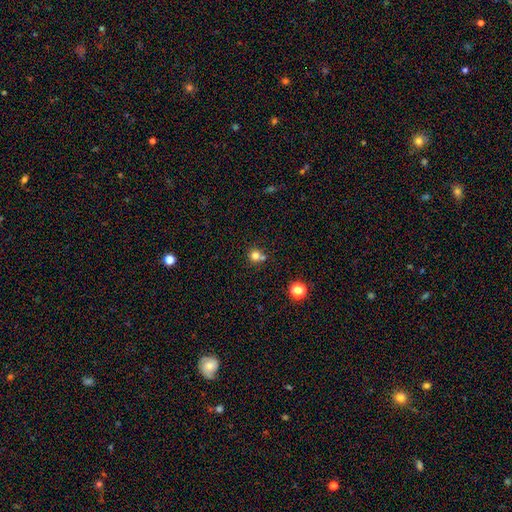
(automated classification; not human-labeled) Smooth or featured? Predicted: smooth (p=0.77). How rounded? Predicted: round (p=0.91). Merging? Predicted: none (p=0.60).